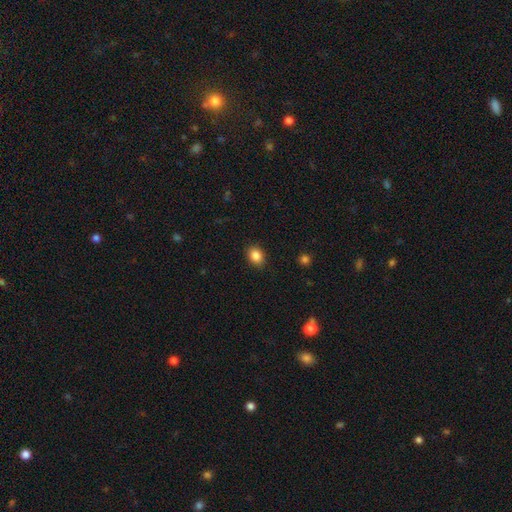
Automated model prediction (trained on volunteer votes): smooth 86%, star or artifact 10%, featured or disk 5%. Down the decision tree: how rounded — in between (52%); merging — none (89%).